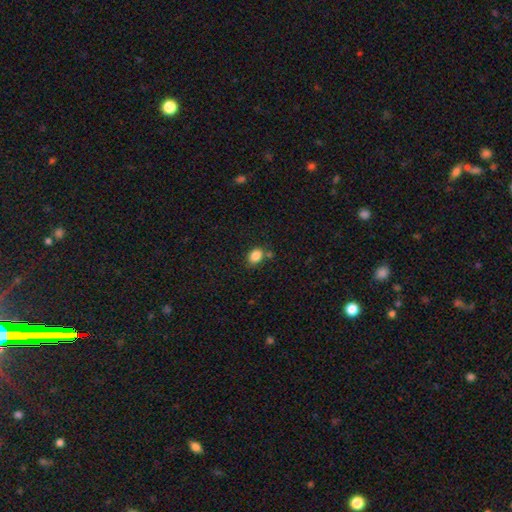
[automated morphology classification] This appears to be a smooth galaxy with no disk features (85%) that is in between round and cigar-shaped (62%). Merging: none (71%).